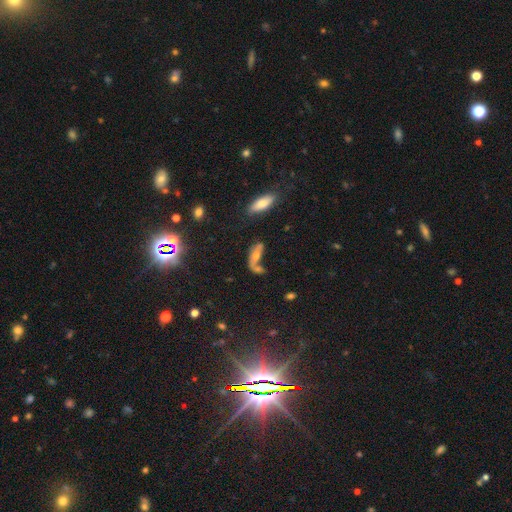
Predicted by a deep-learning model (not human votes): A smooth galaxy with no disk features (49%).

Vote fractions:
- Smooth or featured? smooth: 49% / featured or disk: 36% / star or artifact: 15%
- Merging? merger: 38% / none: 27% / major disturbance: 20% / minor disturbance: 14%